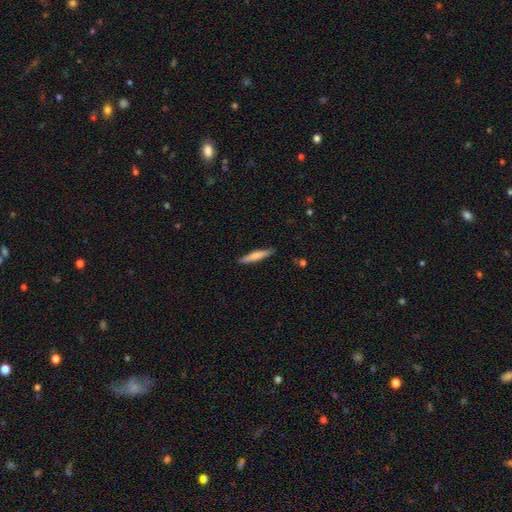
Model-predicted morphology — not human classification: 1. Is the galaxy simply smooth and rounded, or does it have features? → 73% smooth, 21% featured or disk, 6% star or artifact.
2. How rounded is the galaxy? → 89% cigar-shaped, 10% in between, 1% round.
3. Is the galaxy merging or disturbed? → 88% none, 9% minor disturbance, 2% major disturbance, 1% merger.